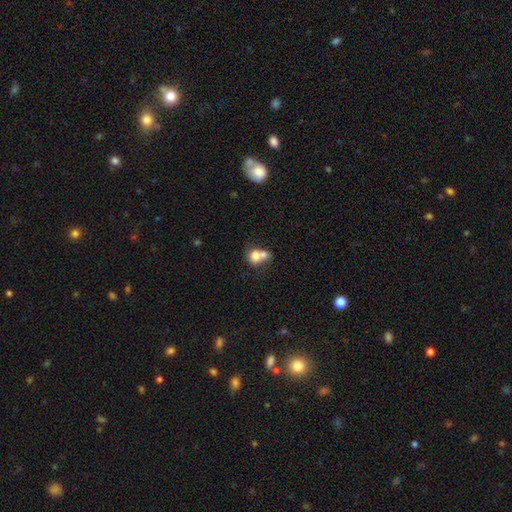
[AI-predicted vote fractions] smooth-or-featured: smooth: 73% | featured or disk: 18% | star or artifact: 9%
  how-rounded: round: 61% | in between: 38% | cigar-shaped: 1%
  merging: merger: 66% | none: 21% | minor disturbance: 8% | major disturbance: 5%